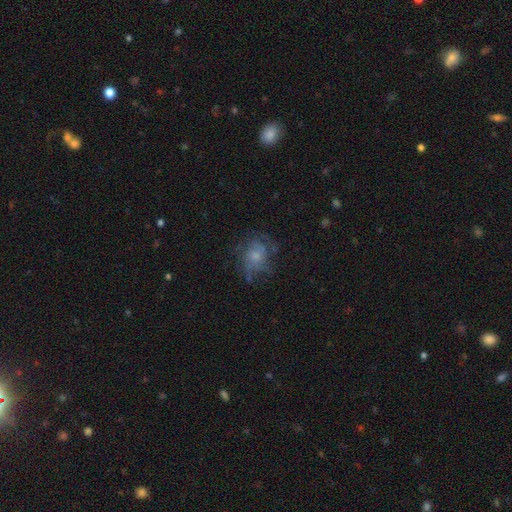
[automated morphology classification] Overall: featured or disk (58%; smooth 29%). Edge-on disk: no (97%). Bar: no (81%). Spiral arms: yes (72%). Bulge size: small (46%; moderate 39%). Merging: none (58%; minor disturbance 21%).